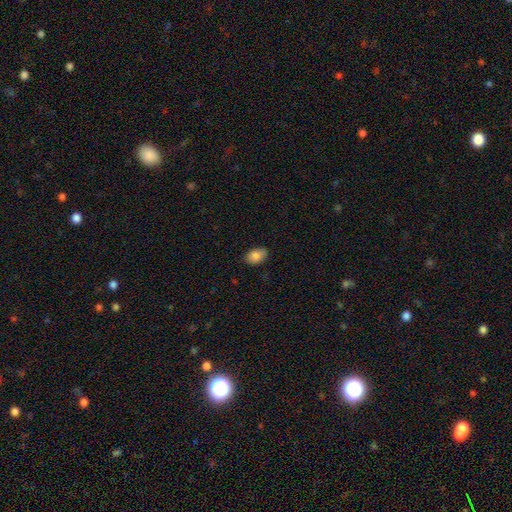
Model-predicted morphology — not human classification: smooth 85%, featured or disk 8%, star or artifact 7%. Down the decision tree: how rounded — in between (88%); merging — none (83%).